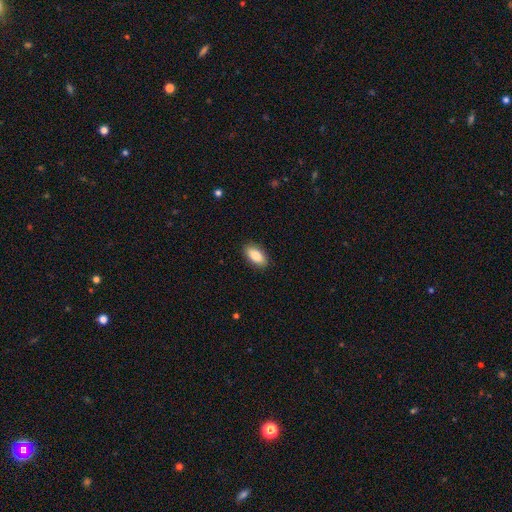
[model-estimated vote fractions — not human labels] This is clearly a smooth galaxy (82%). How rounded: clearly in between (90%). Merging: clearly none (89%).